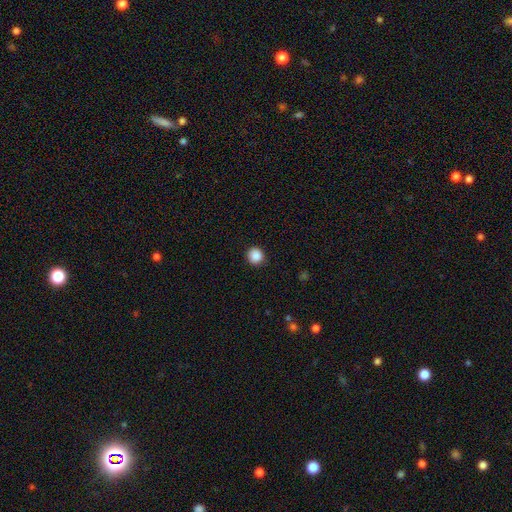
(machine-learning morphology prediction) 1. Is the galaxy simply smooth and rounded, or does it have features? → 88% smooth, 9% star or artifact, 3% featured or disk.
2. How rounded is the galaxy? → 93% round, 6% in between, 1% cigar-shaped.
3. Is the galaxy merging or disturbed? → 92% none, 6% minor disturbance, 2% major disturbance, 1% merger.